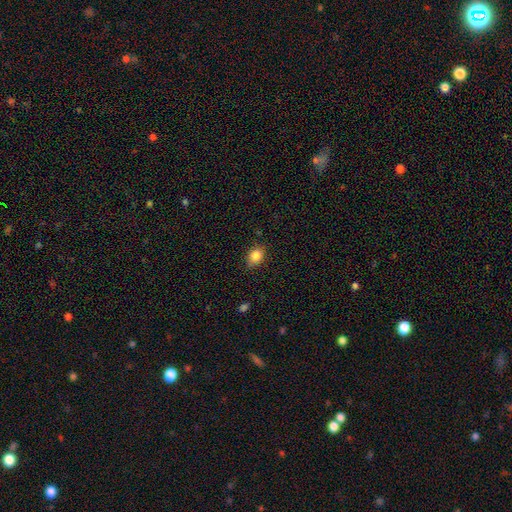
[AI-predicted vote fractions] Smooth or featured: smooth — 86% (star or artifact — 9%)
How rounded: in between — 63% (round — 36%)
Merging: none — 82% (minor disturbance — 14%)